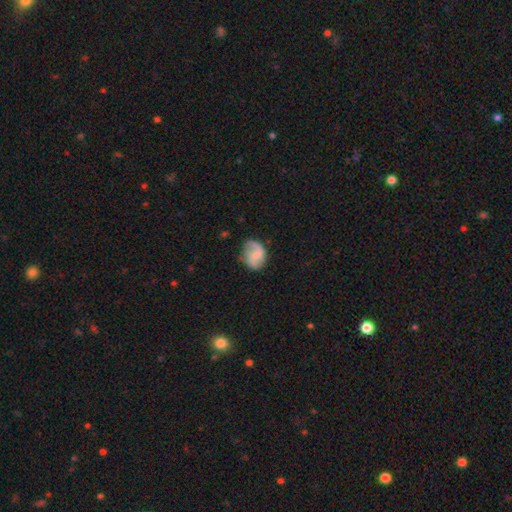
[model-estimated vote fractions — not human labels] This appears to be a featured or disk galaxy (60%) with a weak bar (45%), 2 (78%) loose (54%) spiral arms (89%) and a small central bulge (41%). Merging: none (62%).